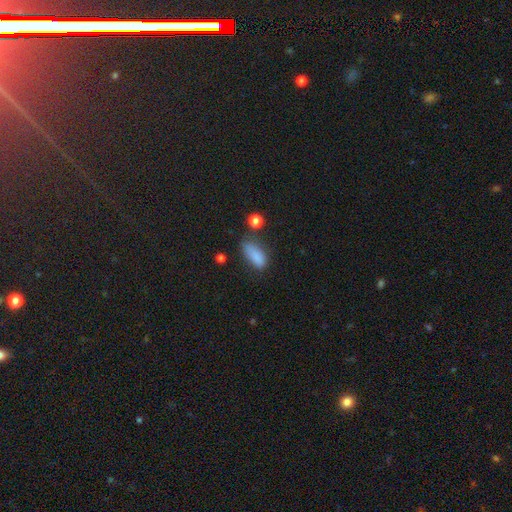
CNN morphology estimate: This is clearly a smooth galaxy (83%). How rounded: likely in between (78%). Merging: possibly none (48%).